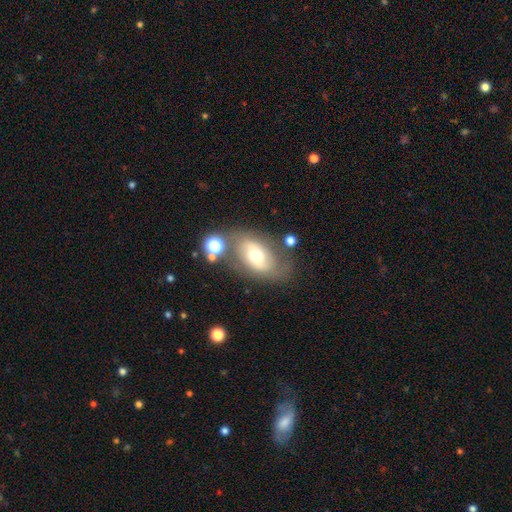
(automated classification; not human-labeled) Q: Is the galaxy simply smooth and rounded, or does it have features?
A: featured or disk — 46%.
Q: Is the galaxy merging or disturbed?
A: none — 59%.